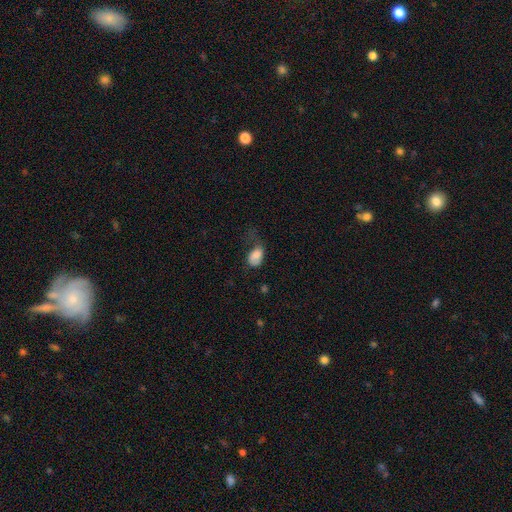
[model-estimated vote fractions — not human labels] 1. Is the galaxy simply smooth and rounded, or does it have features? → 77% smooth, 15% featured or disk, 8% star or artifact.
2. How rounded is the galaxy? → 86% in between, 12% round, 2% cigar-shaped.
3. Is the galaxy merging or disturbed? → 44% major disturbance, 29% minor disturbance, 24% none, 4% merger.